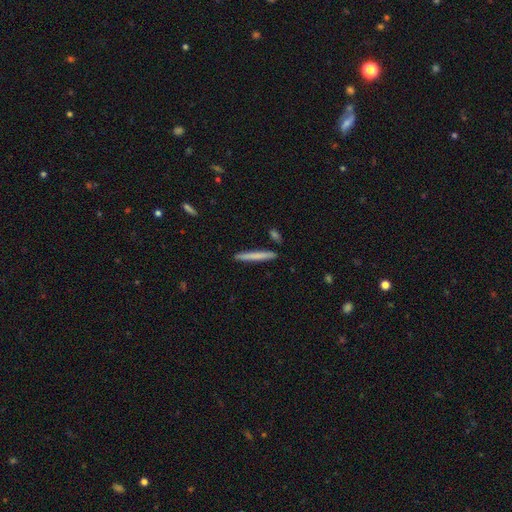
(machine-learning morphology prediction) This appears to be a smooth galaxy with no disk features (70%) that is cigar-shaped (97%). Merging: none (91%).